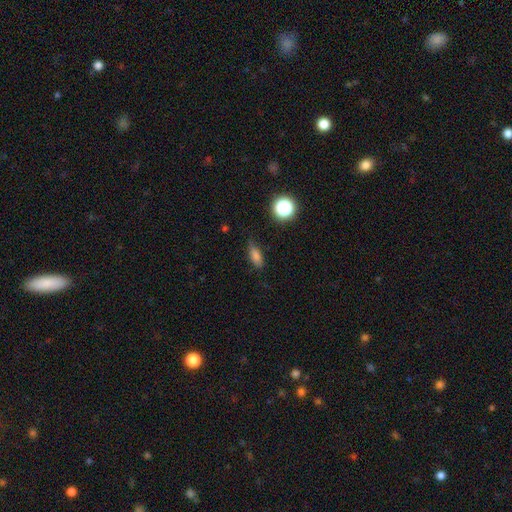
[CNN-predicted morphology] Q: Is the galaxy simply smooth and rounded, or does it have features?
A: smooth — 78%.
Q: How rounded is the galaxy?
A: in between — 70%.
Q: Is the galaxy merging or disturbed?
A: none — 72%.